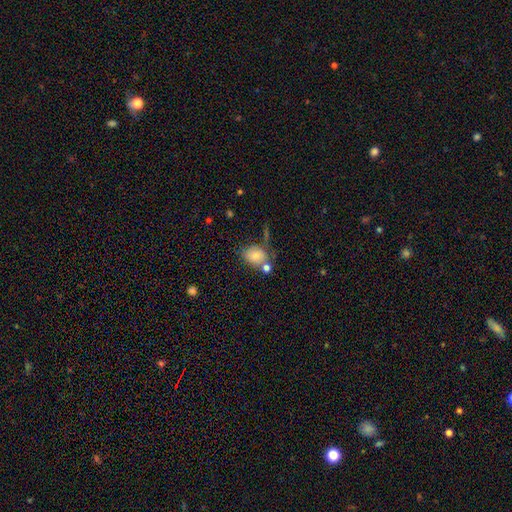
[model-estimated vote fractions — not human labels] A smooth galaxy with no disk features (78%) that is in between round and cigar-shaped (60%).

Vote fractions:
- Smooth or featured? smooth: 78% / featured or disk: 12% / star or artifact: 10%
- How rounded? in between: 60% / round: 38% / cigar-shaped: 1%
- Merging? none: 51% / merger: 22% / minor disturbance: 19% / major disturbance: 8%